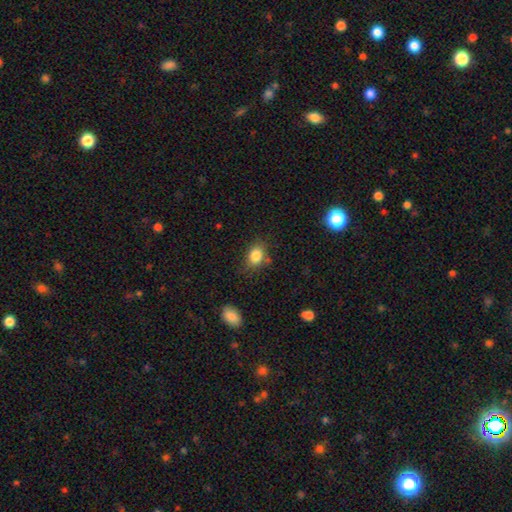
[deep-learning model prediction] Smooth or featured? smooth (84%)
How rounded? in between (66%)
Merging? none (73%)